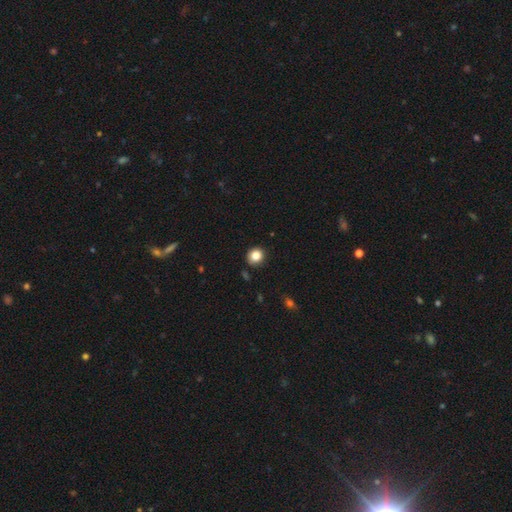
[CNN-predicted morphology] A smooth galaxy with no disk features (85%) that is round (84%).

Vote fractions:
- Smooth or featured? smooth: 85% / star or artifact: 10% / featured or disk: 5%
- How rounded? round: 84% / in between: 15% / cigar-shaped: 1%
- Merging? none: 88% / minor disturbance: 9% / major disturbance: 2% / merger: 2%